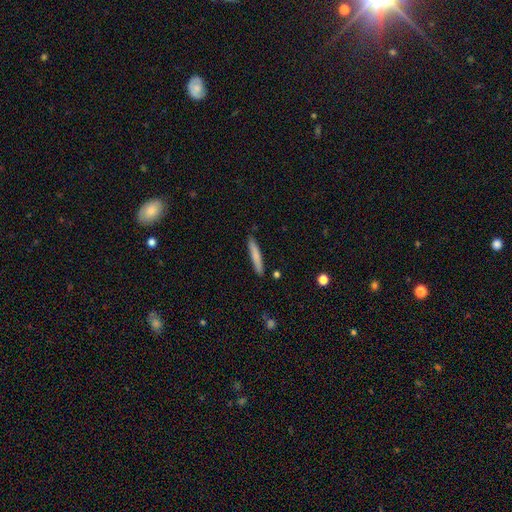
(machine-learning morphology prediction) smooth_or_featured: smooth (p=0.74) [alt: featured or disk p=0.20]
how_rounded: cigar-shaped (p=0.95) [alt: in between p=0.04]
merging: none (p=0.88) [alt: minor disturbance p=0.09]